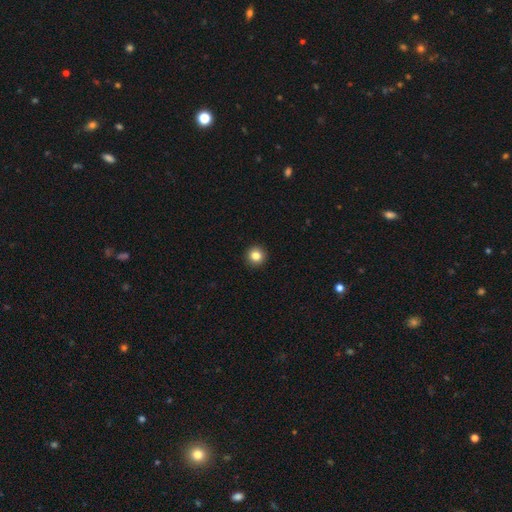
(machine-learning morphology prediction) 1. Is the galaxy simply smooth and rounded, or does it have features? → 84% smooth, 11% star or artifact, 5% featured or disk.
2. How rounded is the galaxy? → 95% round, 4% in between, 1% cigar-shaped.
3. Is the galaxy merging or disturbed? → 94% none, 4% minor disturbance, 1% major disturbance, 1% merger.